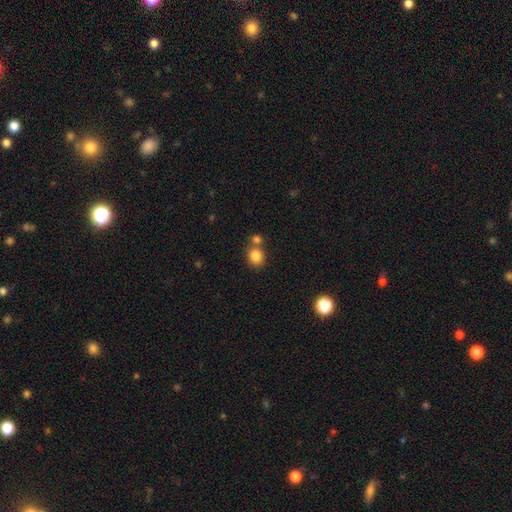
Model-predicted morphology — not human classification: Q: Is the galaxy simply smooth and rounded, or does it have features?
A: smooth — 84%.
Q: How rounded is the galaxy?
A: round — 73%.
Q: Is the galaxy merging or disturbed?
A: none — 59%.